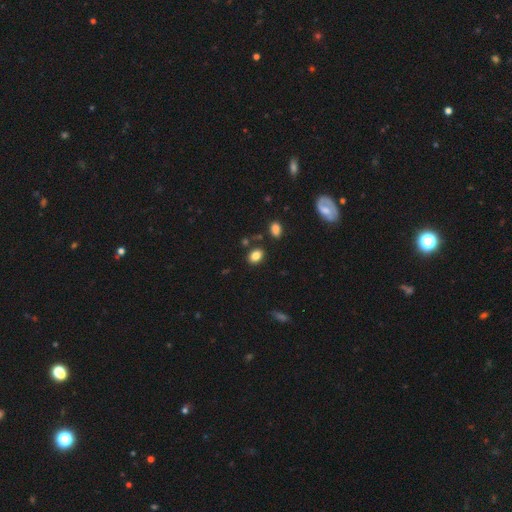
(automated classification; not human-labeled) smooth-or-featured: smooth: 84% | star or artifact: 10% | featured or disk: 6%
  how-rounded: in between: 74% | round: 24% | cigar-shaped: 1%
  merging: none: 82% | minor disturbance: 10% | merger: 5% | major disturbance: 3%